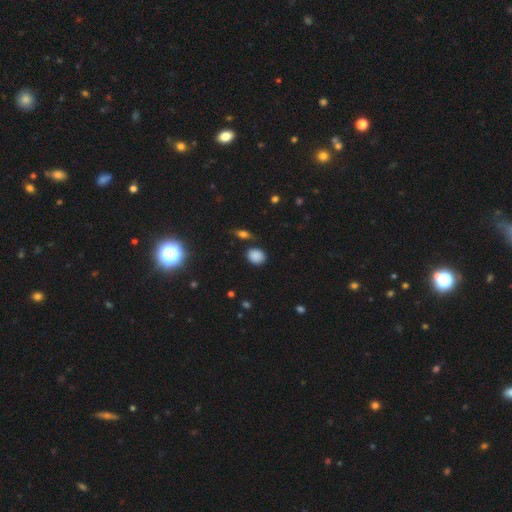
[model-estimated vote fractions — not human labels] Smooth or featured? Predicted: smooth (p=0.83). How rounded? Predicted: round (p=0.63). Merging? Predicted: none (p=0.81).